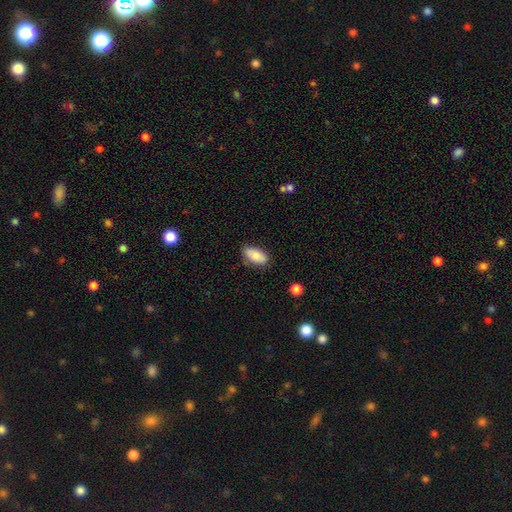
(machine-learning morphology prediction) Smooth or featured? Predicted: smooth (p=0.82). How rounded? Predicted: in between (p=0.92). Merging? Predicted: none (p=0.79).